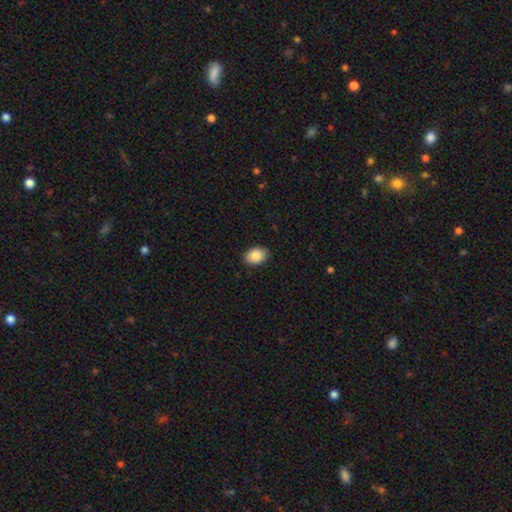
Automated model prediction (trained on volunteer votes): A smooth galaxy with no disk features (86%) that is in between round and cigar-shaped (83%). Merging: none (90%).